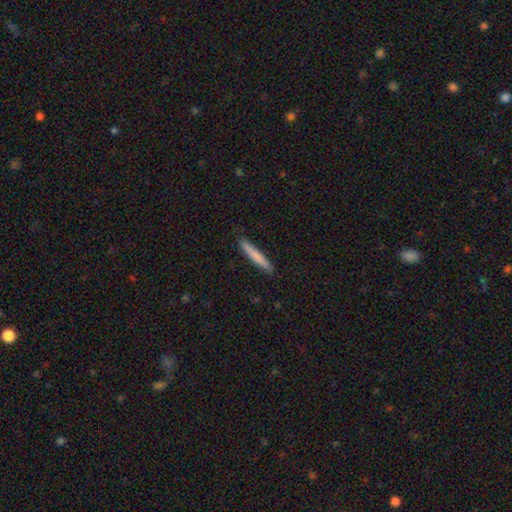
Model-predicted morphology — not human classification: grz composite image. It shows a smooth galaxy with no disk features (78%) that is cigar-shaped (96%). Merging: none (89%).